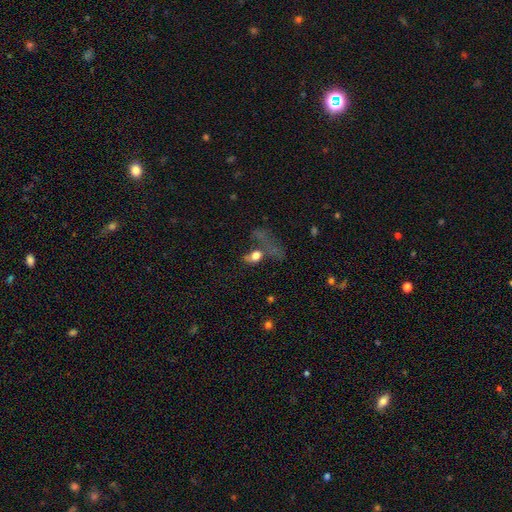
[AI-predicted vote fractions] Morphology: type=smooth (63%); roundness=in between (55%); merging=major disturbance (42%).